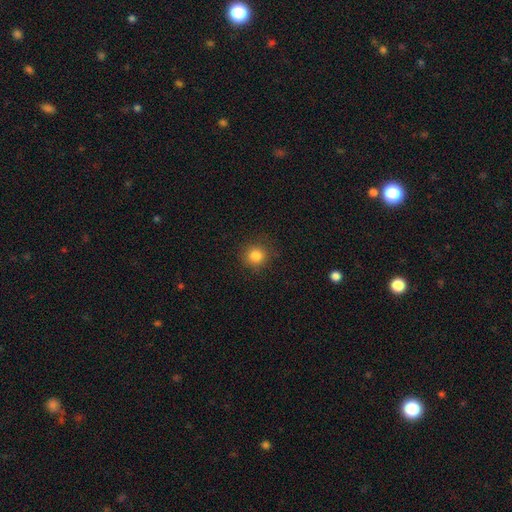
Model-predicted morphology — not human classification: smooth-or-featured: smooth: 83% | star or artifact: 12% | featured or disk: 5%
  how-rounded: round: 92% | in between: 7% | cigar-shaped: 1%
  merging: none: 89% | minor disturbance: 7% | major disturbance: 3% | merger: 1%